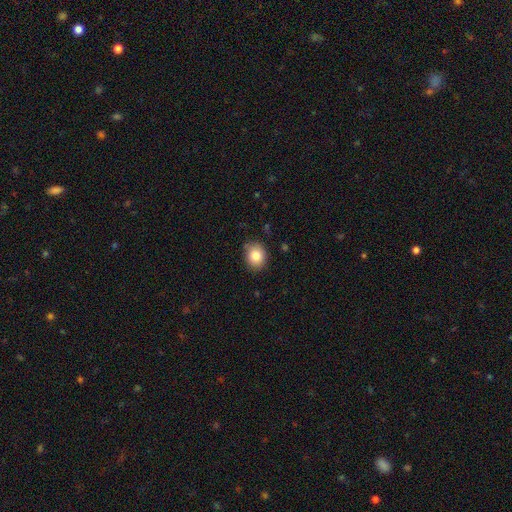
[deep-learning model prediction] The model was most divided on "how rounded": round: 59%, in between: 40%, cigar-shaped: 1%. More confident: merging — none (83%); smooth or featured — smooth (83%).